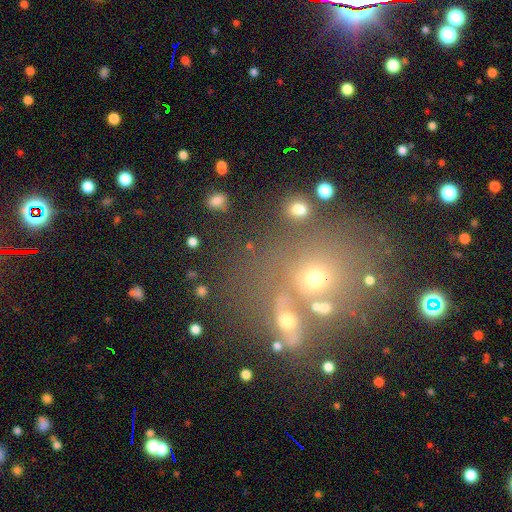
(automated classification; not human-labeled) Q: Smooth or featured?
A: star or artifact (43%); runner-up: smooth (39%)